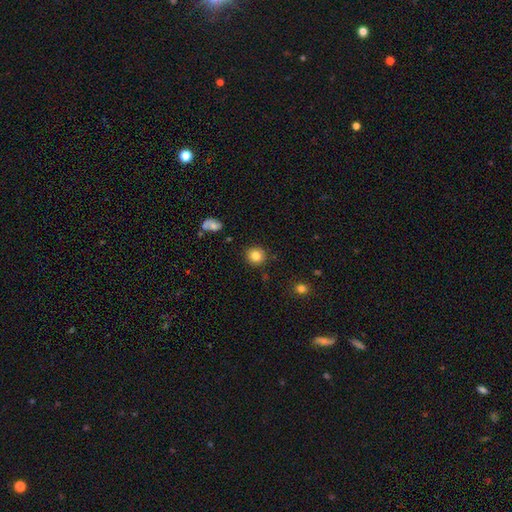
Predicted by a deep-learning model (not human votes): Overall: smooth (83%). How rounded: round (91%). Merging: none (88%).